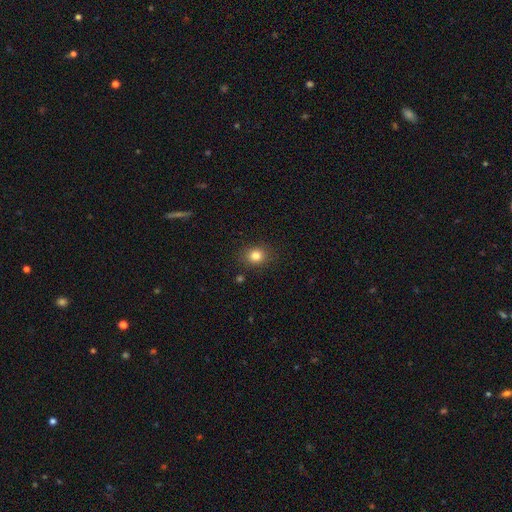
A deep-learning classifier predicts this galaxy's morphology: Overall: smooth (82%). How rounded: round (69%; in between 30%). Merging: none (87%).